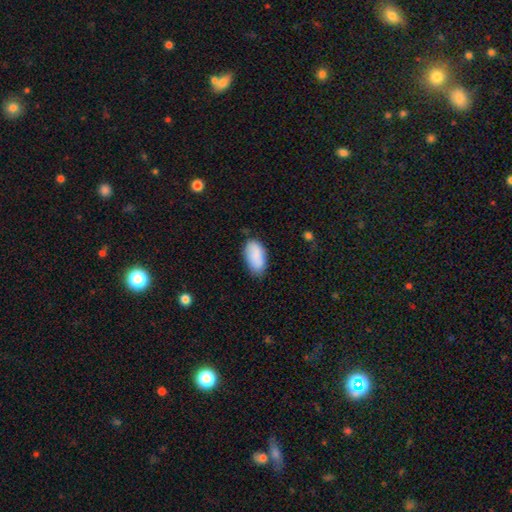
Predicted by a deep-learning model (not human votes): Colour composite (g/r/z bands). It shows a smooth galaxy with no disk features (88%) that is in between round and cigar-shaped (95%). Merging: none (75%).